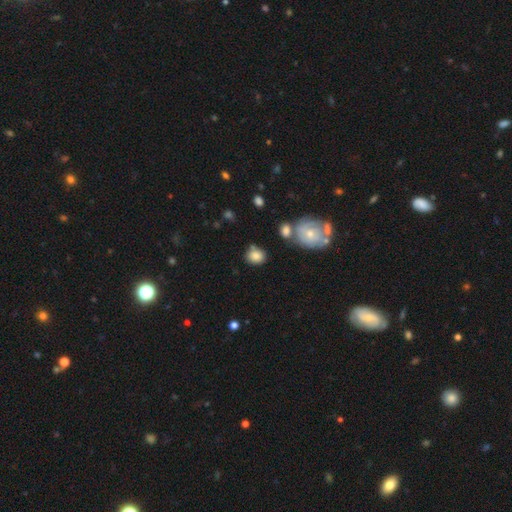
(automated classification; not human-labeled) A smooth galaxy with no disk features (81%) that is round (62%).

Vote fractions:
- Smooth or featured? smooth: 81% / featured or disk: 11% / star or artifact: 9%
- How rounded? round: 62% / in between: 37% / cigar-shaped: 1%
- Merging? none: 66% / minor disturbance: 18% / merger: 11% / major disturbance: 5%